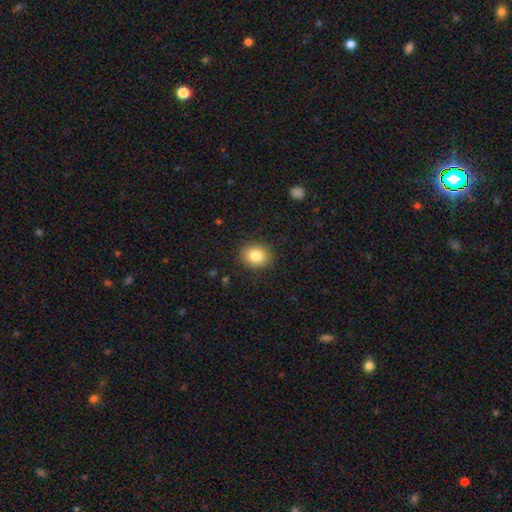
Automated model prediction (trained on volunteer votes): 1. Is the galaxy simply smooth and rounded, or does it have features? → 84% smooth, 9% star or artifact, 7% featured or disk.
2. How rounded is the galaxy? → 58% round, 41% in between, 1% cigar-shaped.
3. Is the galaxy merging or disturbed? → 88% none, 8% minor disturbance, 2% major disturbance, 1% merger.